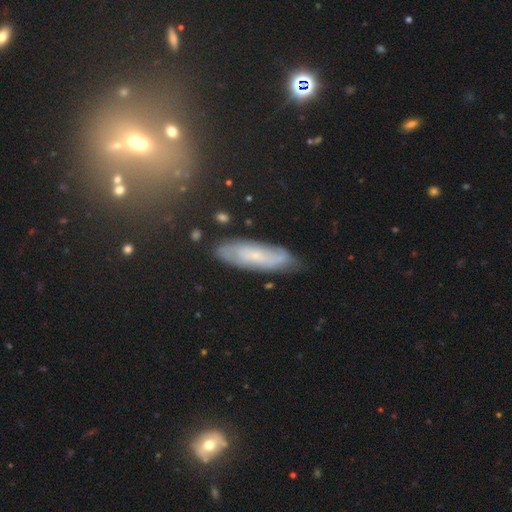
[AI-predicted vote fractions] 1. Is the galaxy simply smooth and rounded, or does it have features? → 56% featured or disk, 35% smooth, 9% star or artifact.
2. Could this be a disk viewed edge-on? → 75% no, 25% yes.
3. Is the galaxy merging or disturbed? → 80% none, 15% minor disturbance, 3% major disturbance, 2% merger.